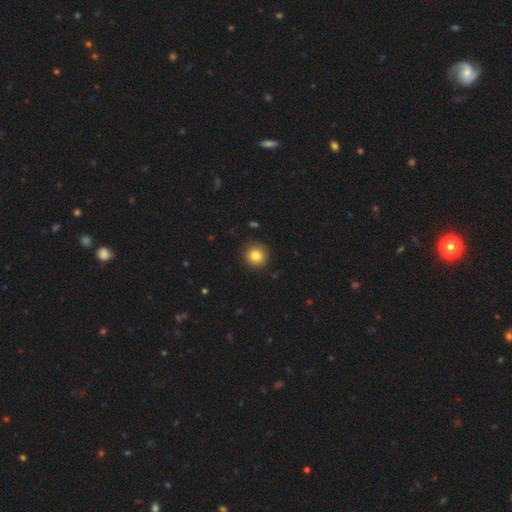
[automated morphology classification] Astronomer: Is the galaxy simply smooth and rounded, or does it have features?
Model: smooth — 84%.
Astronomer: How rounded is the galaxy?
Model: round — 92%.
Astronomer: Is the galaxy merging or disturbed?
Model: none — 90%.